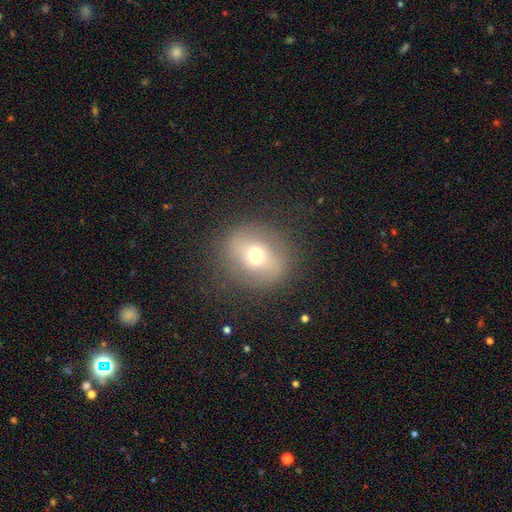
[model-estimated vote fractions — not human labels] Smooth or featured: smooth — 51% (featured or disk — 37%)
How rounded: round — 80% (in between — 19%)
Merging: none — 82% (minor disturbance — 11%)